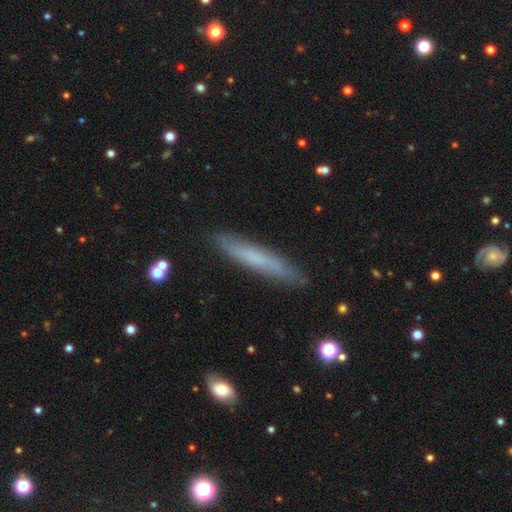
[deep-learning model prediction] smooth-or-featured: smooth: 57% | featured or disk: 34% | star or artifact: 9%
  how-rounded: cigar-shaped: 93% | in between: 6% | round: 1%
  merging: none: 87% | minor disturbance: 10% | major disturbance: 2% | merger: 1%